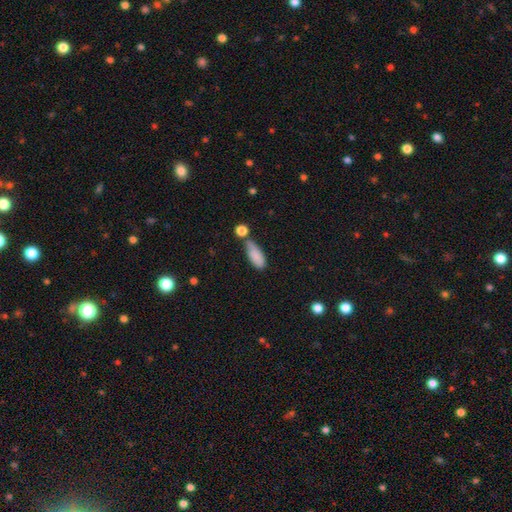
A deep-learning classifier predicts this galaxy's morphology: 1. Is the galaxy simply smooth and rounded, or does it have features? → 84% smooth, 8% featured or disk, 8% star or artifact.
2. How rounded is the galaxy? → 74% in between, 23% cigar-shaped, 3% round.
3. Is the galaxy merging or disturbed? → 48% none, 25% minor disturbance, 19% merger, 8% major disturbance.